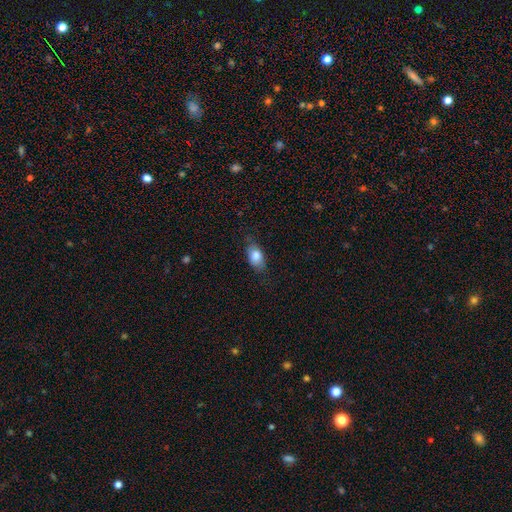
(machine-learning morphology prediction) Smooth or featured? Predicted: smooth (p=0.81). How rounded? Predicted: in between (p=0.88). Merging? Predicted: none (p=0.76).